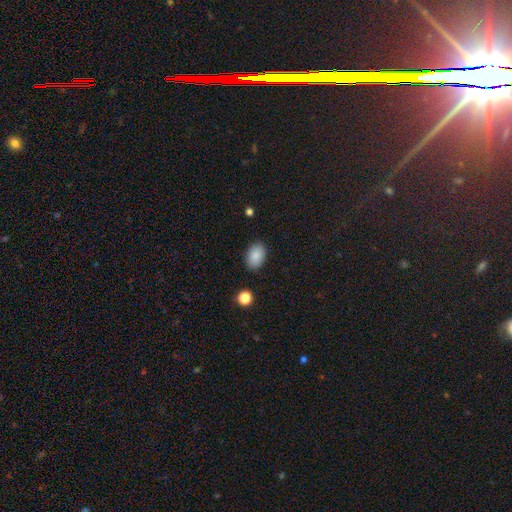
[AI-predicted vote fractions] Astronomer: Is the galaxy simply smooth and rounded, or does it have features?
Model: smooth — 87%.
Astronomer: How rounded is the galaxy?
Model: in between — 84%.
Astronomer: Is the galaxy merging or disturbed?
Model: none — 87%.